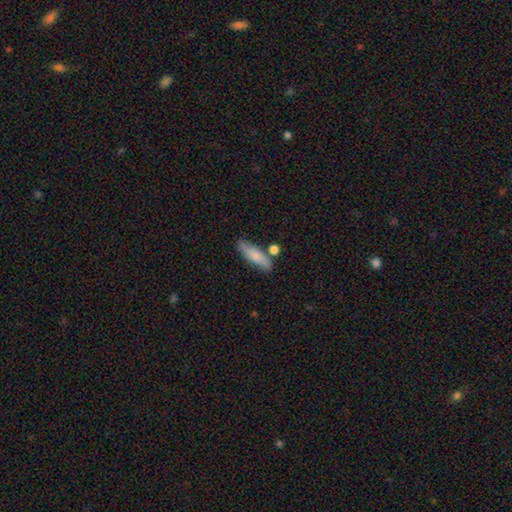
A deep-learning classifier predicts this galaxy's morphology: Smooth or featured?
  - smooth: 78% *
  - featured or disk: 15%
  - star or artifact: 6%
How rounded?
  - cigar-shaped: 55% *
  - in between: 42%
  - round: 3%
Merging?
  - none: 72% *
  - minor disturbance: 14%
  - merger: 10%
  - major disturbance: 3%